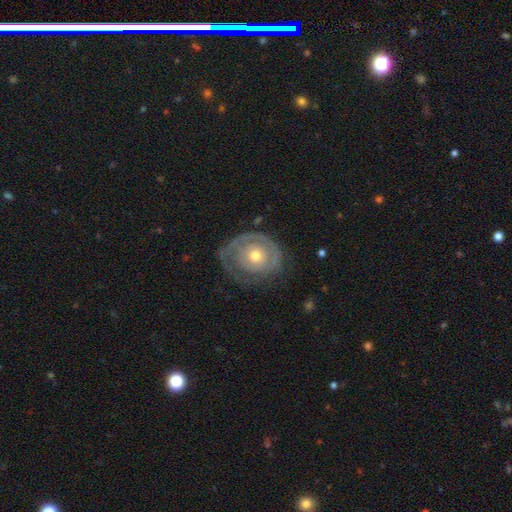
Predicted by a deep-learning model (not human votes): This is likely a featured or disk galaxy (72%). It is clearly not viewed edge-on (96%). Bar: clearly no (87%). Spiral arm pattern: likely yes (69%). Central bulge: possibly moderate (57%). Merging: possibly none (59%).